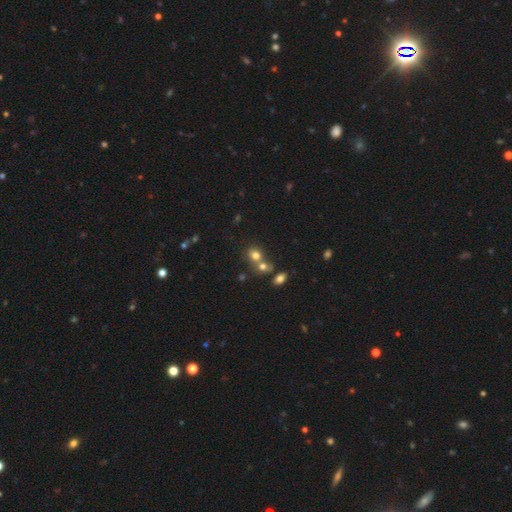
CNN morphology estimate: Smooth or featured? Predicted: smooth (p=0.72). How rounded? Predicted: round (p=0.61). Merging? Predicted: merger (p=0.47).